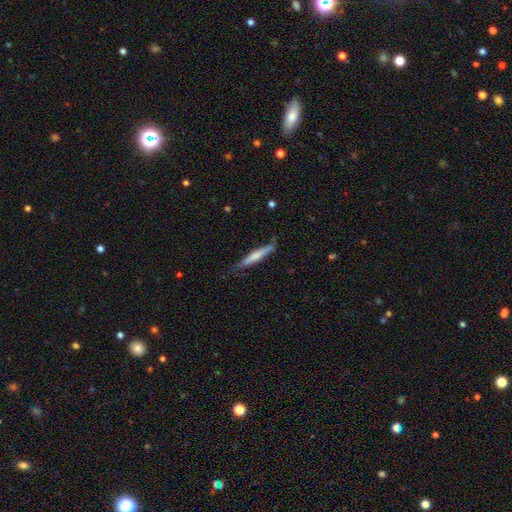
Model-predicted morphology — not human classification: Smooth or featured?
  - smooth: 60% *
  - featured or disk: 35%
  - star or artifact: 5%
How rounded?
  - cigar-shaped: 93% *
  - in between: 6%
  - round: 1%
Merging?
  - none: 75% *
  - minor disturbance: 20%
  - major disturbance: 3%
  - merger: 2%